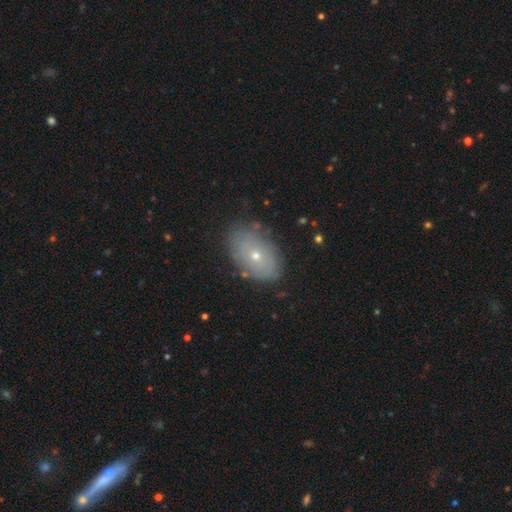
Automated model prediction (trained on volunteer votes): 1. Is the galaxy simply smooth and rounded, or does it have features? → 52% smooth, 37% featured or disk, 11% star or artifact.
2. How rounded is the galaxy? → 83% in between, 15% round, 1% cigar-shaped.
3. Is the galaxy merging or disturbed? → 79% none, 15% minor disturbance, 4% major disturbance, 1% merger.